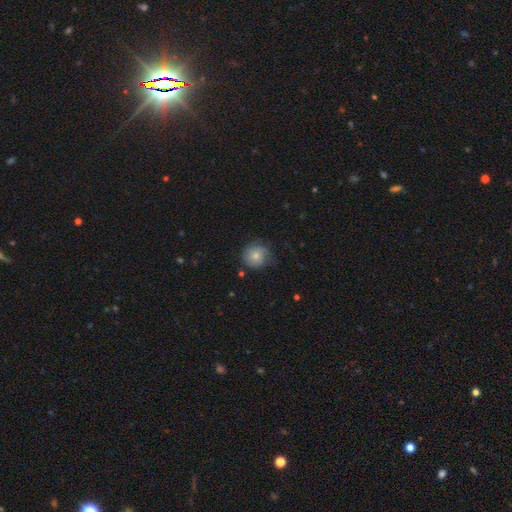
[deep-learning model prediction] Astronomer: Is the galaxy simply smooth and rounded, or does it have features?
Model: smooth — 77%.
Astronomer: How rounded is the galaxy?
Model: round — 90%.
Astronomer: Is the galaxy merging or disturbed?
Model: none — 68%.